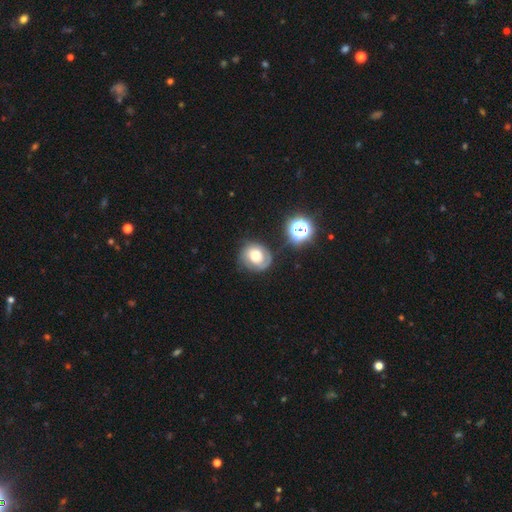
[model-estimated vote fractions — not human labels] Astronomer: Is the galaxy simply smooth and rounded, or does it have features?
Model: featured or disk — 49% (runner-up: smooth, 40%).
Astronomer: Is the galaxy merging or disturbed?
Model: none — 66%.